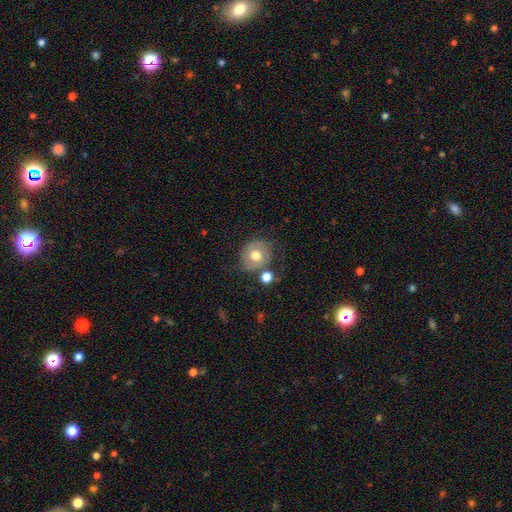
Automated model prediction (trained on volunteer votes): A smooth galaxy with no disk features (59%) that is round (81%). Merging: none (63%).